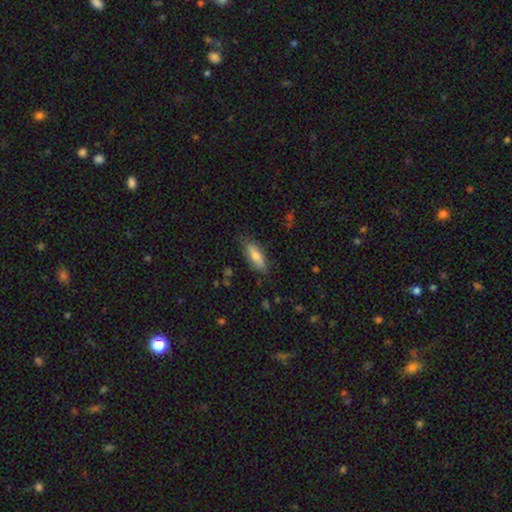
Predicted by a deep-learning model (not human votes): The model was most divided on "how rounded": in between: 60%, cigar-shaped: 38%, round: 2%. More confident: merging — none (80%); smooth or featured — smooth (72%).